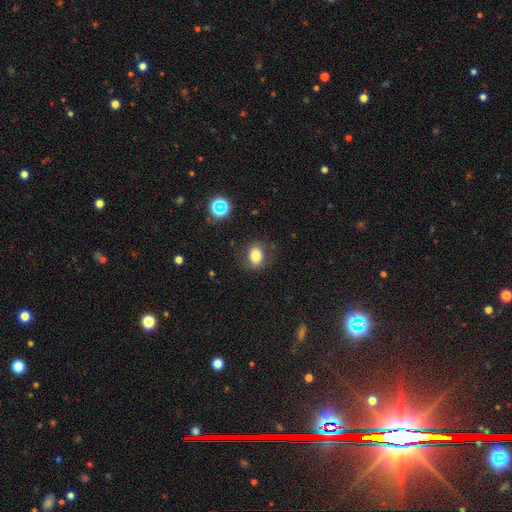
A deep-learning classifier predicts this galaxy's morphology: smooth_or_featured: smooth (p=0.77) [alt: star or artifact p=0.12]
how_rounded: in between (p=0.56) [alt: round p=0.43]
merging: none (p=0.80) [alt: minor disturbance p=0.13]